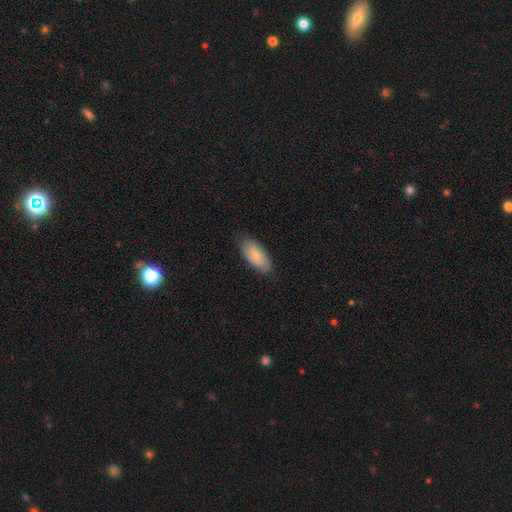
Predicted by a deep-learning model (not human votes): Smooth or featured?
  - smooth: 76% *
  - featured or disk: 18%
  - star or artifact: 6%
How rounded?
  - in between: 89% *
  - cigar-shaped: 9%
  - round: 2%
Merging?
  - none: 80% *
  - minor disturbance: 16%
  - major disturbance: 3%
  - merger: 1%